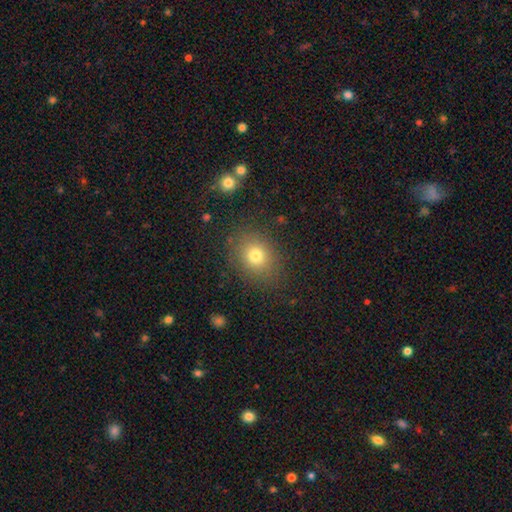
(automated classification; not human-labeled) Smooth or featured?
  - smooth: 76% *
  - star or artifact: 14%
  - featured or disk: 10%
How rounded?
  - round: 63% *
  - in between: 36%
  - cigar-shaped: 1%
Merging?
  - none: 85% *
  - minor disturbance: 10%
  - major disturbance: 4%
  - merger: 2%